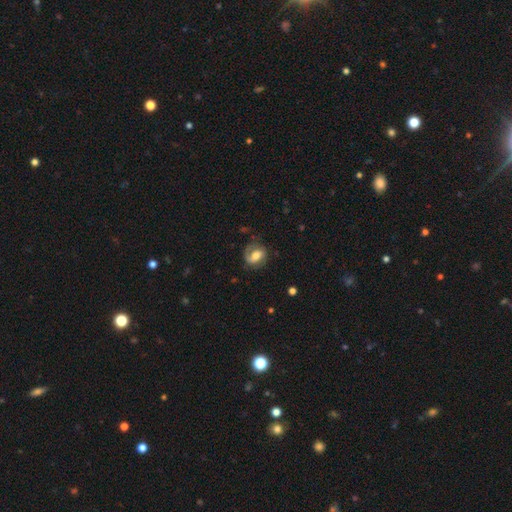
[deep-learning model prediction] A featured or disk galaxy (65%) with a weak bar (43%), 2 (64%) medium (44%) spiral arms (88%) and a moderate central bulge (59%). Merging: none (66%).